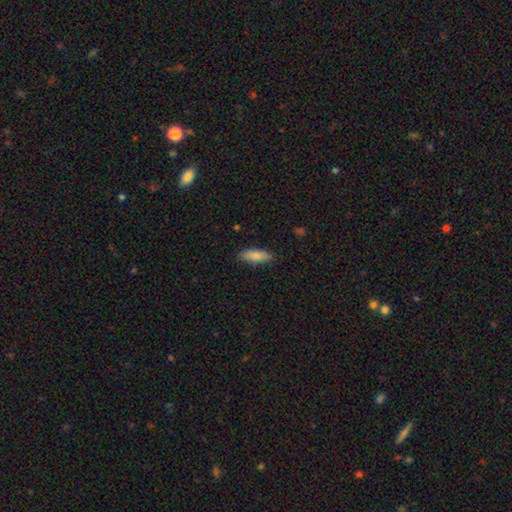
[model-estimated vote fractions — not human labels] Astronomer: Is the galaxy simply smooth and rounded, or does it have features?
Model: smooth — 86%.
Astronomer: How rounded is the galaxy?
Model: in between — 56% (runner-up: cigar-shaped, 42%).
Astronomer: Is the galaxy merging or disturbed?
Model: none — 86%.